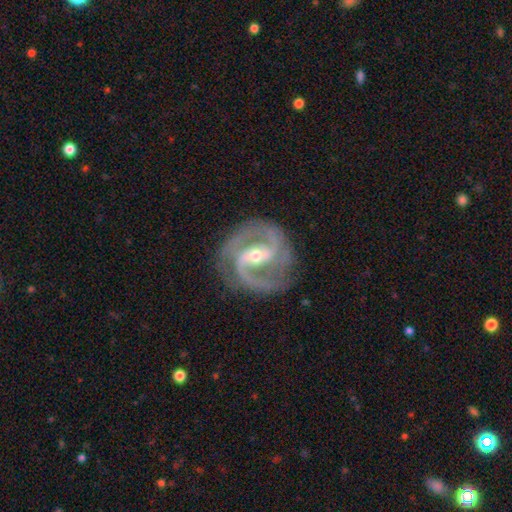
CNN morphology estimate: A featured or disk galaxy (92%) with a strong bar (42%), 2 (79%) medium (55%) spiral arms (98%) and a moderate central bulge (52%). Merging: none (79%).